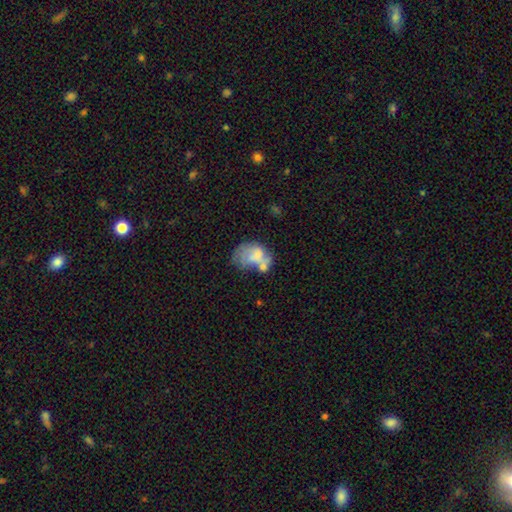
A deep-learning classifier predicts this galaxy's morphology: Overall: smooth (50%; featured or disk 40%). How rounded: in between (73%). Merging: merger (30%; major disturbance 26%).